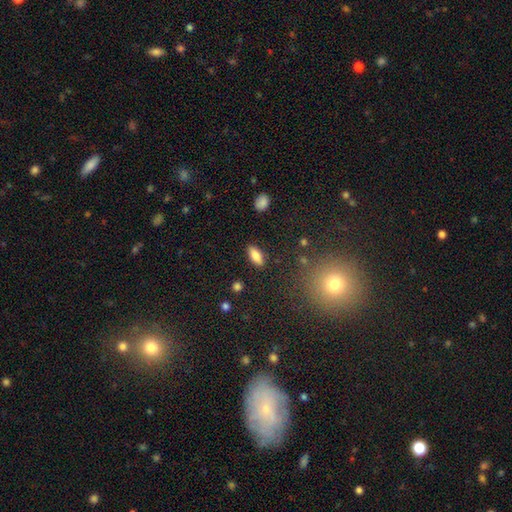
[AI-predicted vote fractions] smooth-or-featured: smooth: 82% | featured or disk: 11% | star or artifact: 8%
  how-rounded: in between: 78% | cigar-shaped: 19% | round: 3%
  merging: none: 87% | minor disturbance: 9% | major disturbance: 2% | merger: 2%